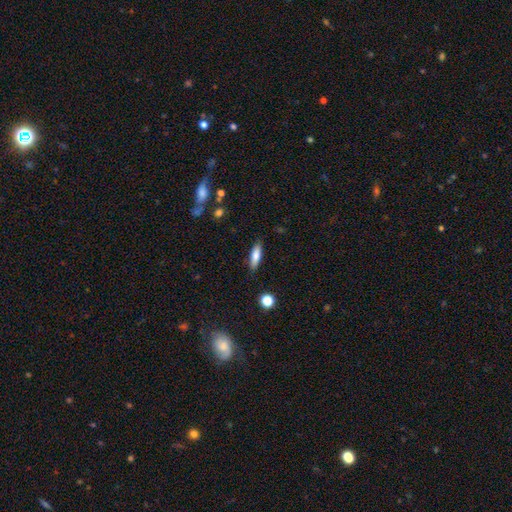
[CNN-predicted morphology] Smooth or featured? Predicted: smooth (p=0.77). How rounded? Predicted: cigar-shaped (p=0.56). Merging? Predicted: none (p=0.87).